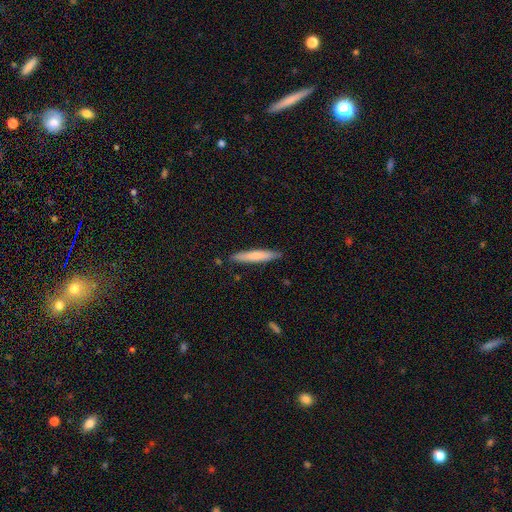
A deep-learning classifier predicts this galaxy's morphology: This is likely a smooth galaxy (71%). How rounded: clearly cigar-shaped (92%). Merging: clearly none (87%).